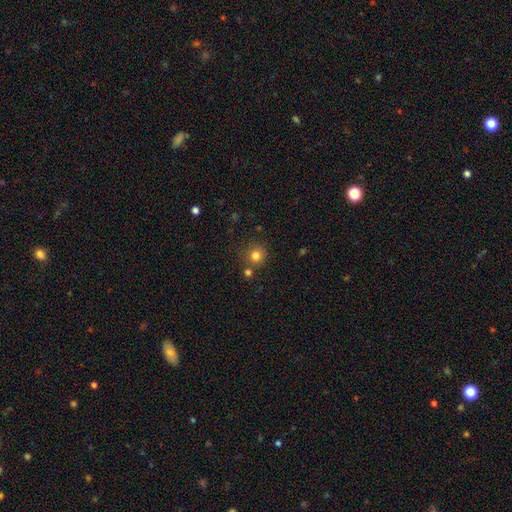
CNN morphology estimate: This is likely a smooth galaxy (79%). How rounded: clearly round (92%). Merging: likely none (76%).